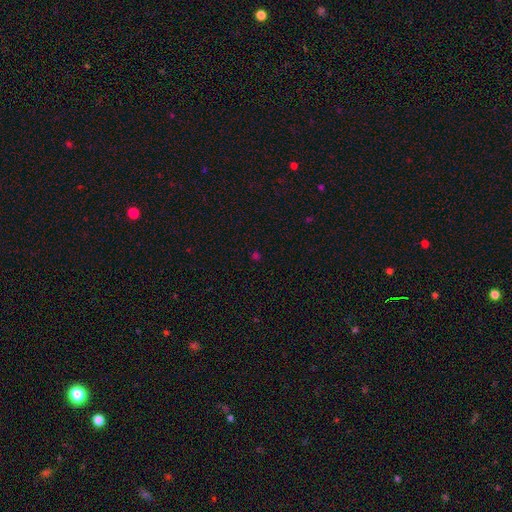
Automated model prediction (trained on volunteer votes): Smooth or featured? Predicted: star or artifact (p=0.52).